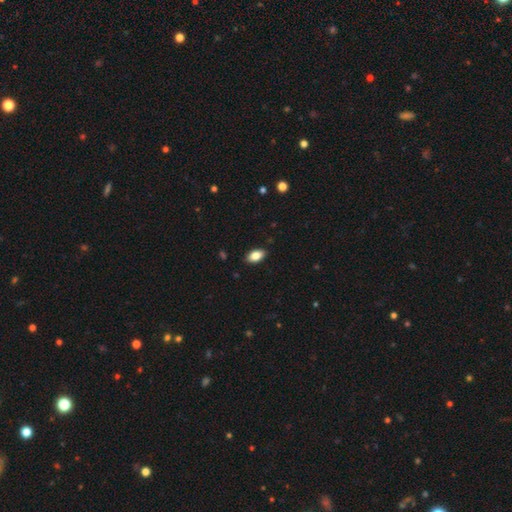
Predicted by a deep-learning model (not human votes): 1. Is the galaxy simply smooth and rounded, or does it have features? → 85% smooth, 8% featured or disk, 7% star or artifact.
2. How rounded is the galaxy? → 92% in between, 5% round, 3% cigar-shaped.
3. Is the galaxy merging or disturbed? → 89% none, 8% minor disturbance, 2% major disturbance, 1% merger.